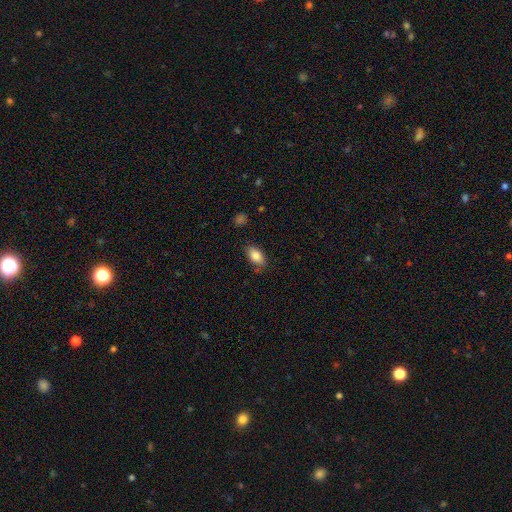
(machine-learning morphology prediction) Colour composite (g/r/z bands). It shows a smooth galaxy with no disk features (84%) that is in between round and cigar-shaped (91%). Merging: none (78%).